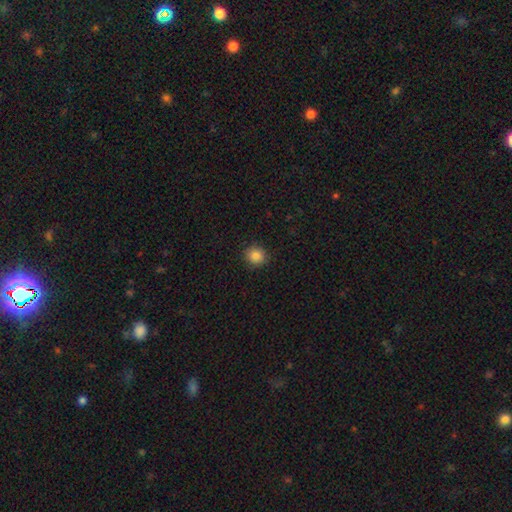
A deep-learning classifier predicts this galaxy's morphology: The model was most divided on "smooth or featured": smooth: 85%, star or artifact: 11%, featured or disk: 4%. More confident: merging — none (90%); how rounded — round (90%).